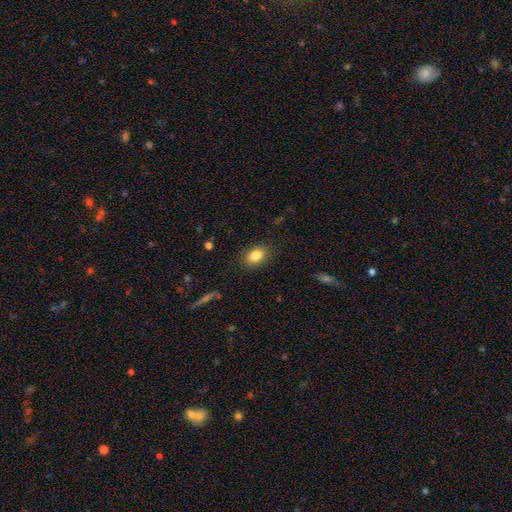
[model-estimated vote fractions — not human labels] This is clearly a smooth galaxy (83%). How rounded: likely in between (79%). Merging: clearly none (86%).